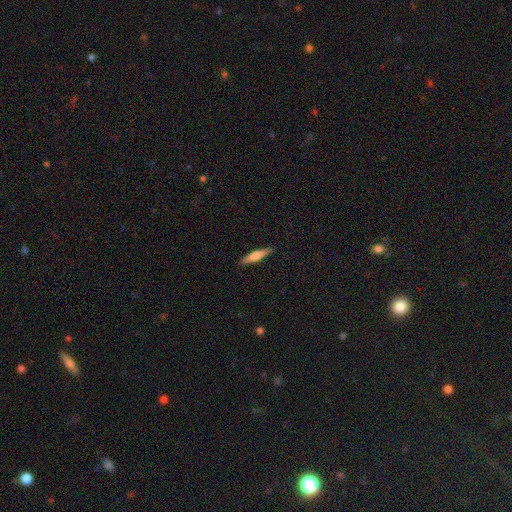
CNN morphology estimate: Smooth or featured: smooth — 50% (featured or disk — 44%)
Merging: none — 90% (minor disturbance — 7%)